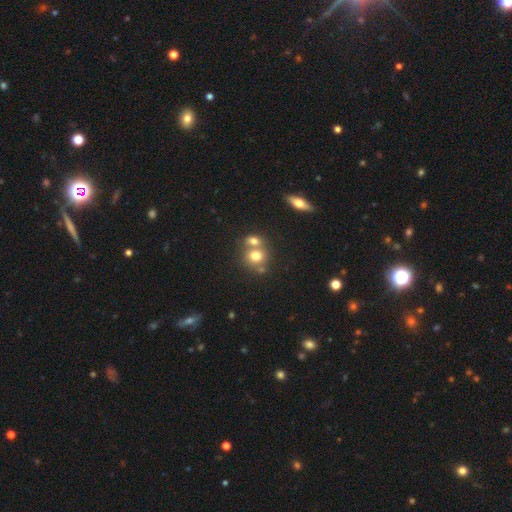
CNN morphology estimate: type=smooth (73%); roundness=round (70%); merging=merger (50%).